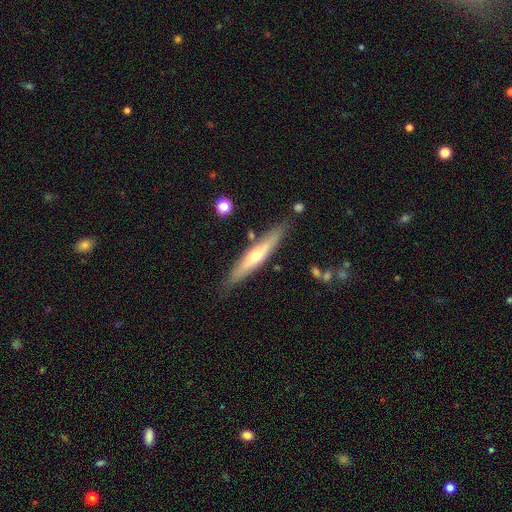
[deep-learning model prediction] featured or disk 59%, smooth 36%, star or artifact 6%. Down the decision tree: edge-on disk — yes (89%); edge-on bulge — rounded (82%); merging — none (83%).